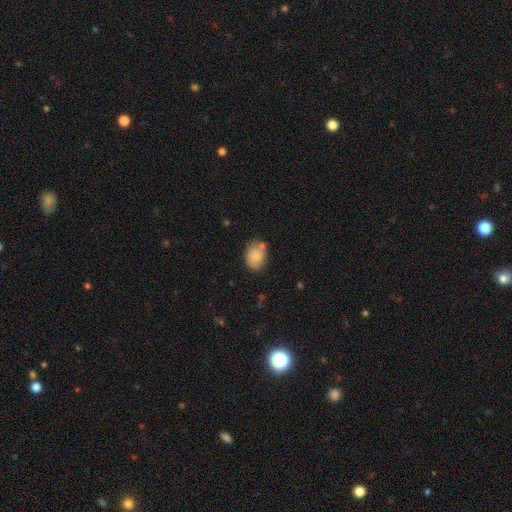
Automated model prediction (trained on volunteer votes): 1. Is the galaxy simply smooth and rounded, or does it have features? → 76% smooth, 16% featured or disk, 8% star or artifact.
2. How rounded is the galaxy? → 70% in between, 29% round, 1% cigar-shaped.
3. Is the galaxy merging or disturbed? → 61% none, 22% minor disturbance, 11% merger, 6% major disturbance.